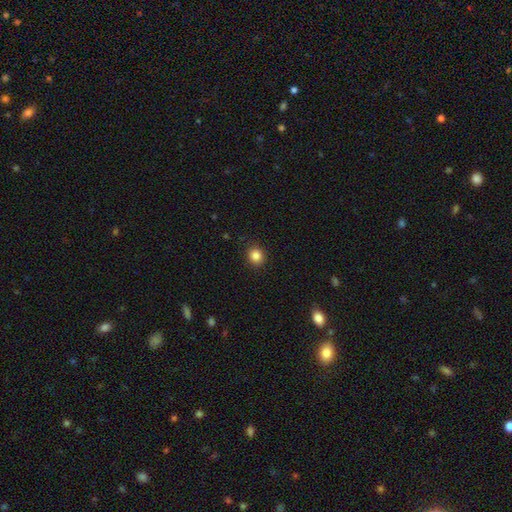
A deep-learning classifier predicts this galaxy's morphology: smooth 85%, star or artifact 11%, featured or disk 4%. Down the decision tree: how rounded — round (83%); merging — none (90%).